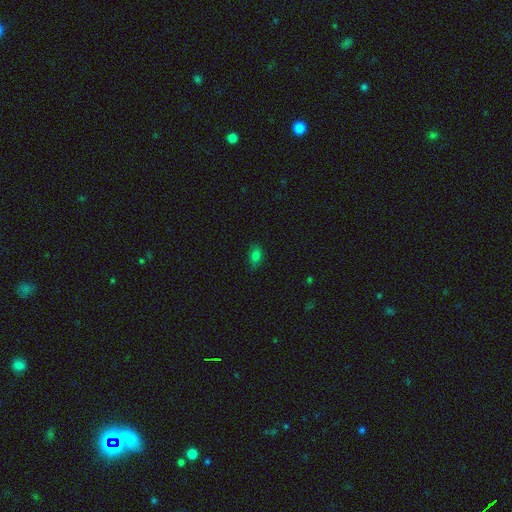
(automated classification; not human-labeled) A smooth galaxy with no disk features (77%) that is in between round and cigar-shaped (78%). Merging: none (79%).